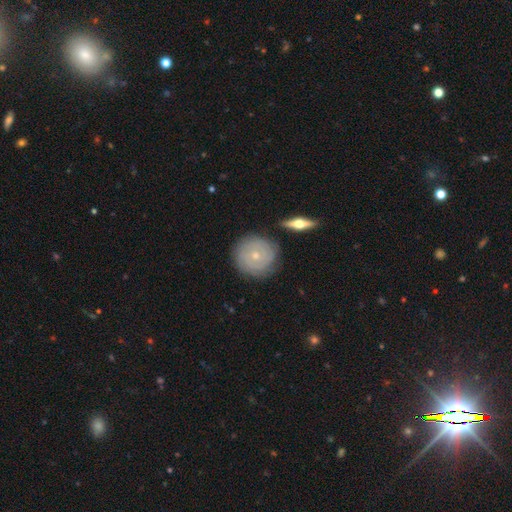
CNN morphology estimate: Smooth or featured?
  - featured or disk: 69% *
  - smooth: 24%
  - star or artifact: 7%
Edge-on disk?
  - no: 94% *
  - yes: 6%
Bar?
  - no: 84% *
  - weak: 13%
  - strong: 3%
Spiral arms?
  - yes: 82% *
  - no: 18%
Spiral winding?
  - tight: 82% *
  - medium: 13%
  - loose: 4%
Spiral arm count?
  - can't tell: 41% *
  - 2: 26%
  - 3: 15%
  - 4: 8%
  - 1: 5%
  - more than 4: 5%
Bulge size?
  - small: 67% *
  - moderate: 30%
  - large: 1%
  - none: 1%
  - dominant: 1%
Merging?
  - none: 82% *
  - minor disturbance: 12%
  - major disturbance: 3%
  - merger: 2%